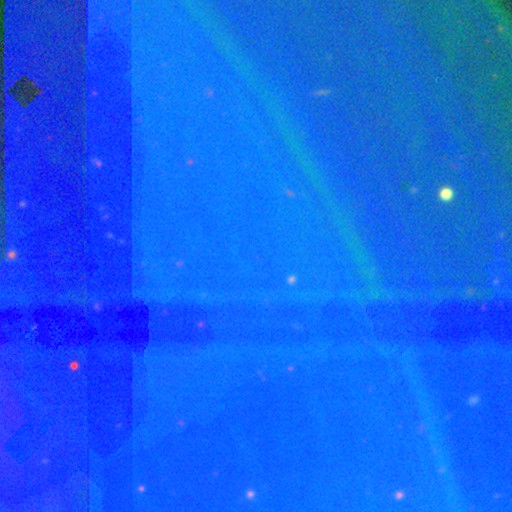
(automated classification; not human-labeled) smooth-or-featured: star or artifact: 83% | smooth: 9% | featured or disk: 8%